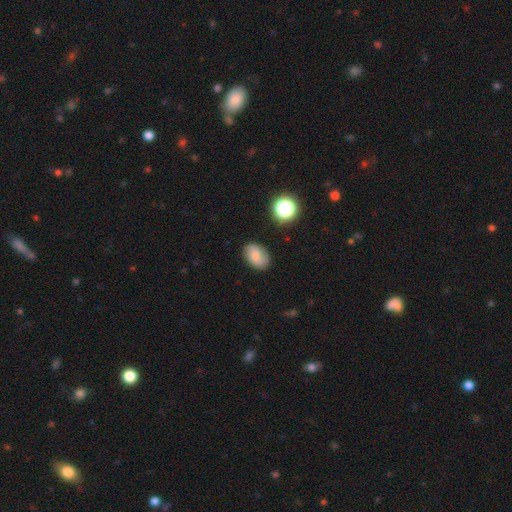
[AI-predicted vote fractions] smooth-or-featured: smooth: 68% | featured or disk: 21% | star or artifact: 11%
  how-rounded: in between: 82% | round: 16% | cigar-shaped: 1%
  merging: none: 80% | minor disturbance: 15% | major disturbance: 4% | merger: 2%